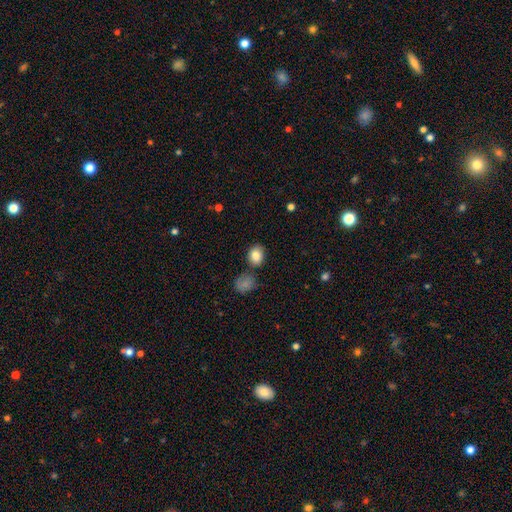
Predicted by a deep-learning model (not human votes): A smooth galaxy with no disk features (84%) that is in between round and cigar-shaped (52%). Merging: none (76%).